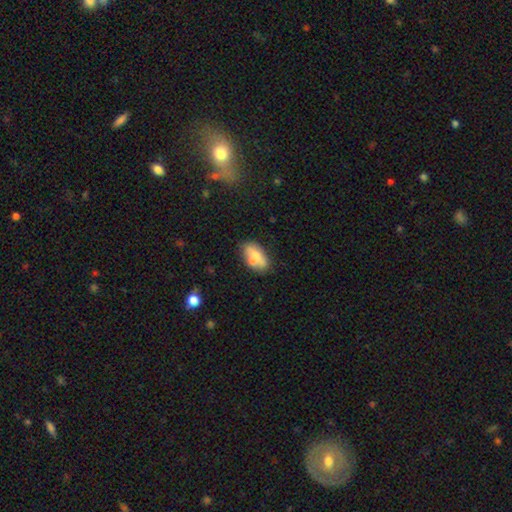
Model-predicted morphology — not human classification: A smooth galaxy with no disk features (58%) that is in between round and cigar-shaped (89%).

Vote fractions:
- Smooth or featured? smooth: 58% / featured or disk: 33% / star or artifact: 8%
- How rounded? in between: 89% / round: 7% / cigar-shaped: 4%
- Merging? none: 50% / merger: 25% / minor disturbance: 18% / major disturbance: 7%